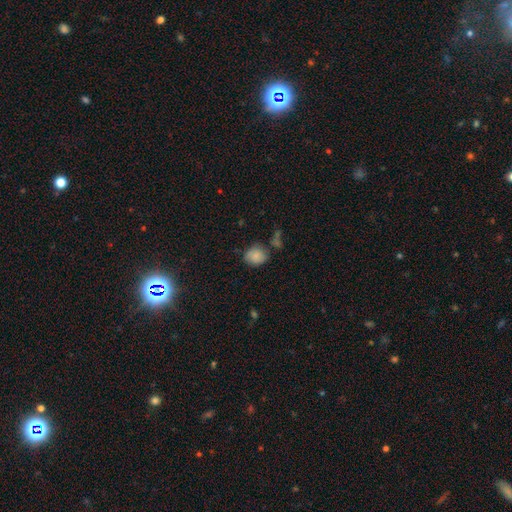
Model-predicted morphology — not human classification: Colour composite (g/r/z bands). It shows a smooth galaxy with no disk features (84%) that is round (65%). Merging: none (65%).